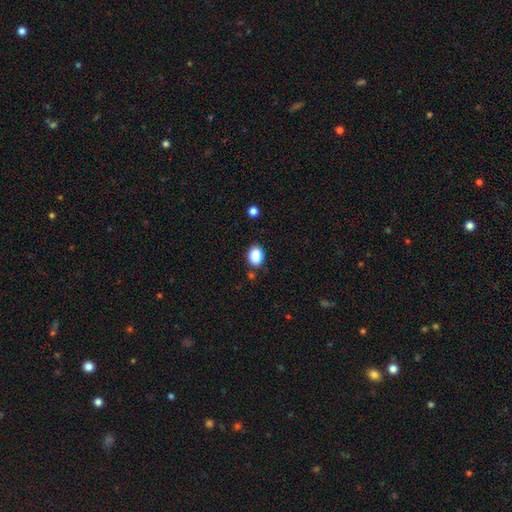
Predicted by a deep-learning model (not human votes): Smooth or featured?
  - smooth: 88% *
  - star or artifact: 9%
  - featured or disk: 4%
How rounded?
  - in between: 67% *
  - round: 32%
  - cigar-shaped: 1%
Merging?
  - none: 82% *
  - minor disturbance: 12%
  - merger: 3%
  - major disturbance: 3%